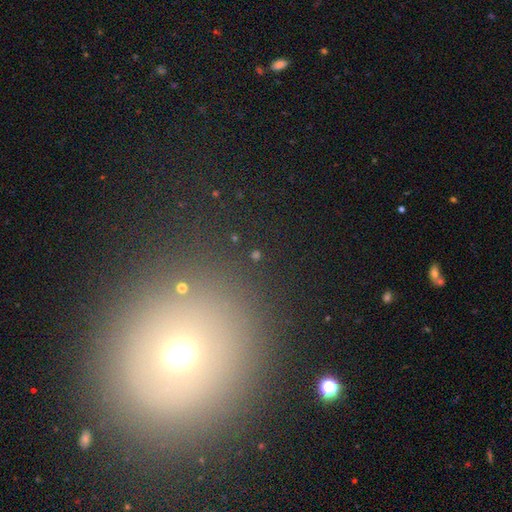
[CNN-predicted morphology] This is possibly a star or artifact rather than a galaxy (57%).